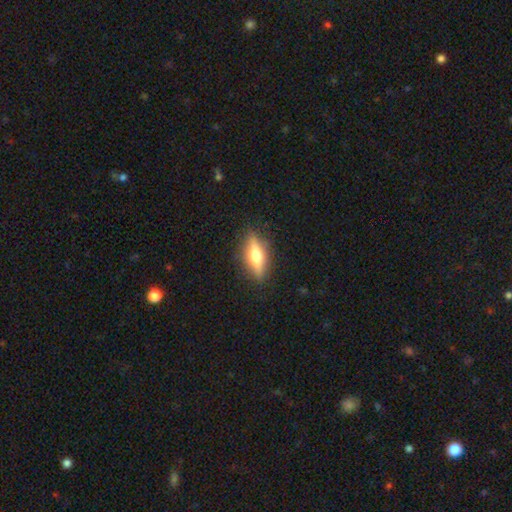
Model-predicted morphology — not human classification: Smooth or featured? Predicted: featured or disk (p=0.49). Merging? Predicted: none (p=0.87).